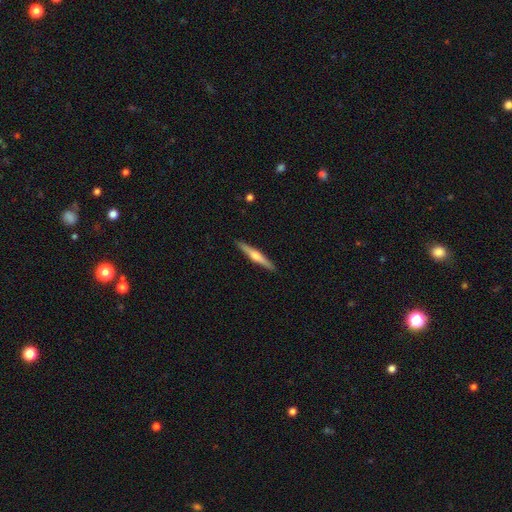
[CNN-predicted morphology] smooth_or_featured: featured or disk (p=0.64) [alt: smooth p=0.31]
disk_edge_on: yes (p=0.98) [alt: no p=0.02]
edge_on_bulge: rounded (p=0.86) [alt: none p=0.07]
merging: none (p=0.92) [alt: minor disturbance p=0.06]